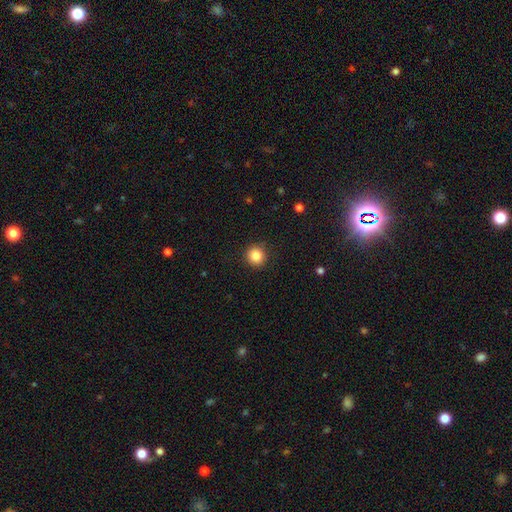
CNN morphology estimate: A smooth galaxy with no disk features (84%) that is round (94%). Merging: none (91%).